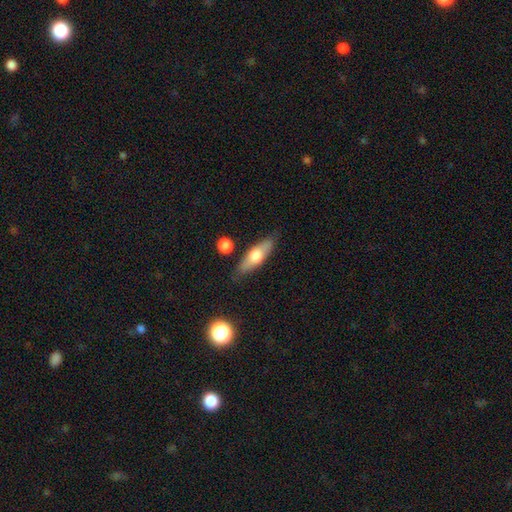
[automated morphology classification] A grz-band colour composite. It shows a smooth galaxy with no disk features (56%) that is cigar-shaped (50%). Merging: none (79%).